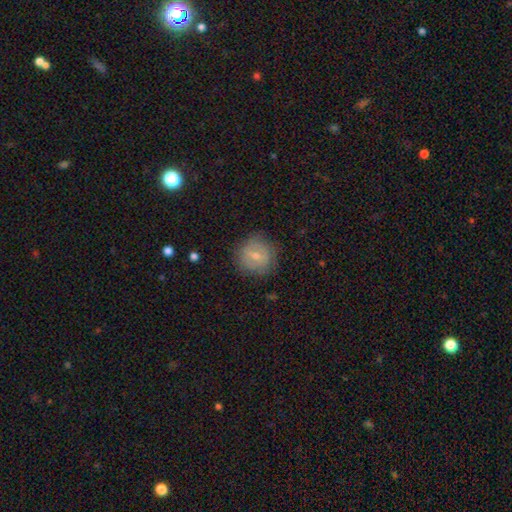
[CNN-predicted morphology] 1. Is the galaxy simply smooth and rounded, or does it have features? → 56% smooth, 36% featured or disk, 8% star or artifact.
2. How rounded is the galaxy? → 88% round, 11% in between, 1% cigar-shaped.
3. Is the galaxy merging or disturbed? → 78% none, 16% minor disturbance, 5% major disturbance, 1% merger.